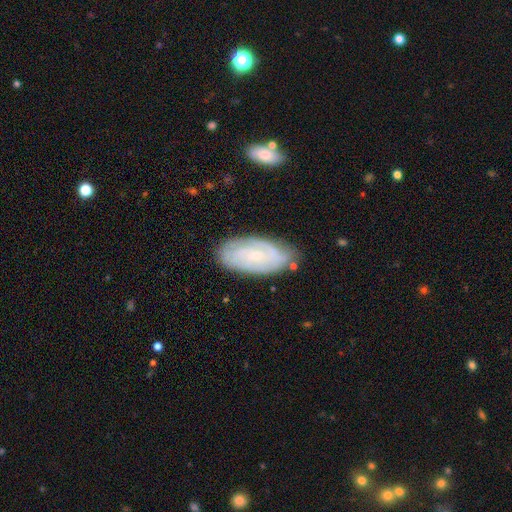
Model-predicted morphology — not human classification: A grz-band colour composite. It shows a featured or disk galaxy (73%) with no bar (59%), tight (67%) spiral arms (91%) and a small central bulge (76%). Merging: none (77%).